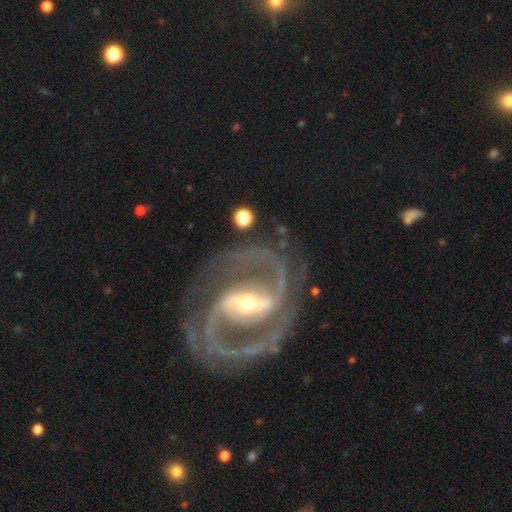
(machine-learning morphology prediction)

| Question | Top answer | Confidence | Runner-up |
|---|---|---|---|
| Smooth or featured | featured or disk | 93% | star or artifact (4%) |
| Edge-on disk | no | 98% | yes (2%) |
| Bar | strong | 66% | weak (25%) |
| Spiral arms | yes | 98% | no (2%) |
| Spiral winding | medium | 62% | tight (25%) |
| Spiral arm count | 2 | 90% | 3 (4%) |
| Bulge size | small | 54% | moderate (41%) |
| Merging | none | 77% | minor disturbance (13%) |